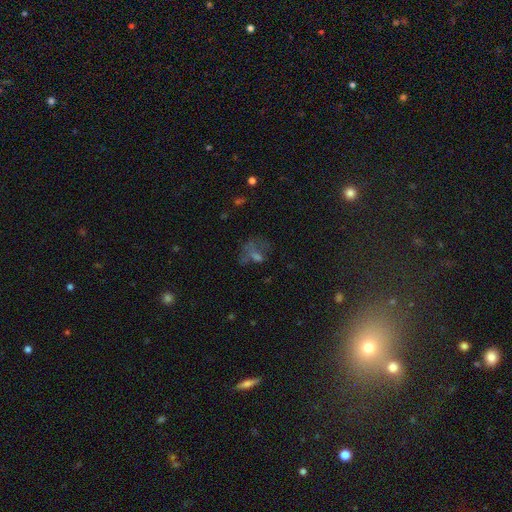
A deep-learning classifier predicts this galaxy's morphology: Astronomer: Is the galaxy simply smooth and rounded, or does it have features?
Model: star or artifact — 38% (runner-up: smooth, 33%).